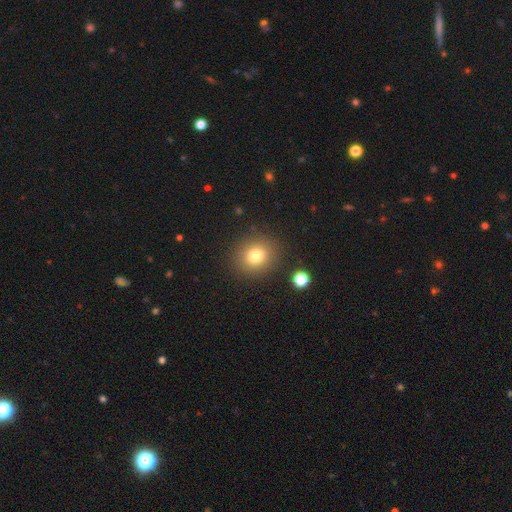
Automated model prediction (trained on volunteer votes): A smooth galaxy with no disk features (78%) that is round (78%).

Vote fractions:
- Smooth or featured? smooth: 78% / star or artifact: 13% / featured or disk: 9%
- How rounded? round: 78% / in between: 21% / cigar-shaped: 1%
- Merging? none: 87% / minor disturbance: 8% / major disturbance: 3% / merger: 3%